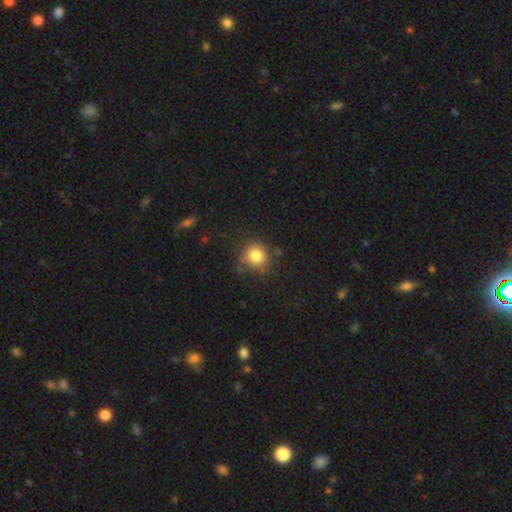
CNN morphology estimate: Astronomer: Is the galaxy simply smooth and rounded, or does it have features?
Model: smooth — 82%.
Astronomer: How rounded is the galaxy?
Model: round — 88%.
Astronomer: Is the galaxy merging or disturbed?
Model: none — 76%.